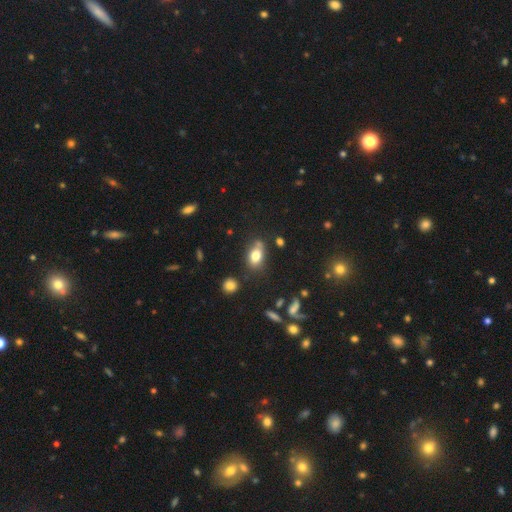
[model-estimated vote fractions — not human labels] This is likely a smooth galaxy (78%). How rounded: clearly in between (82%). Merging: likely none (64%).